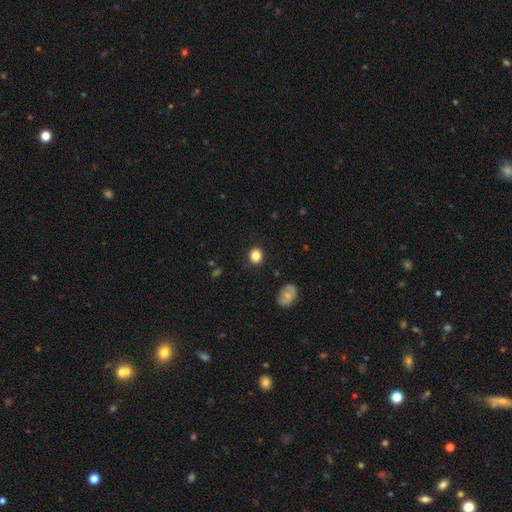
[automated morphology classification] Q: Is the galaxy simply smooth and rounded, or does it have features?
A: smooth — 84%.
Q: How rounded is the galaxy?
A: round — 73%.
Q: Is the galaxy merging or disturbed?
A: none — 87%.